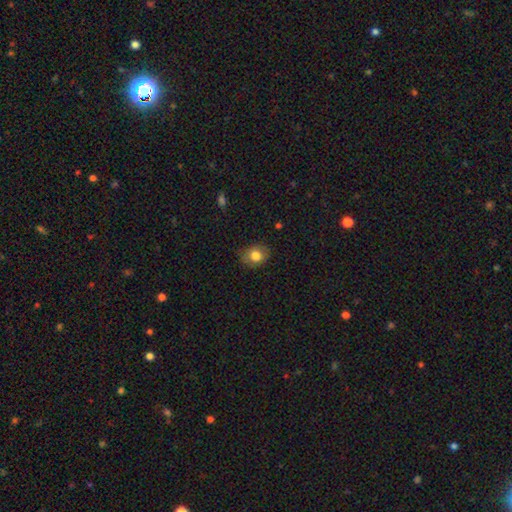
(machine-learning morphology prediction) Smooth or featured? Predicted: smooth (p=0.81). How rounded? Predicted: round (p=0.55). Merging? Predicted: none (p=0.79).